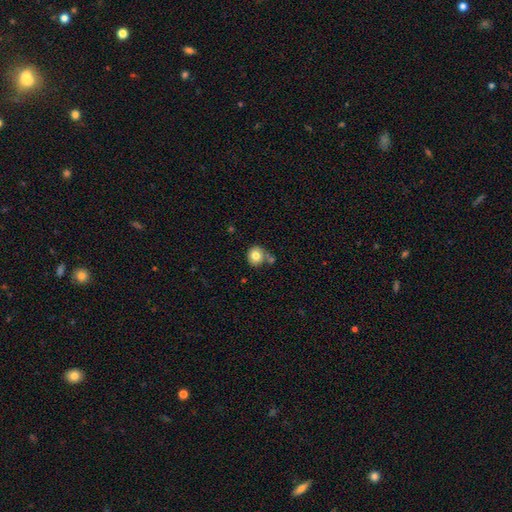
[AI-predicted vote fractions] A smooth galaxy with no disk features (78%) that is round (85%). Merging: none (59%).